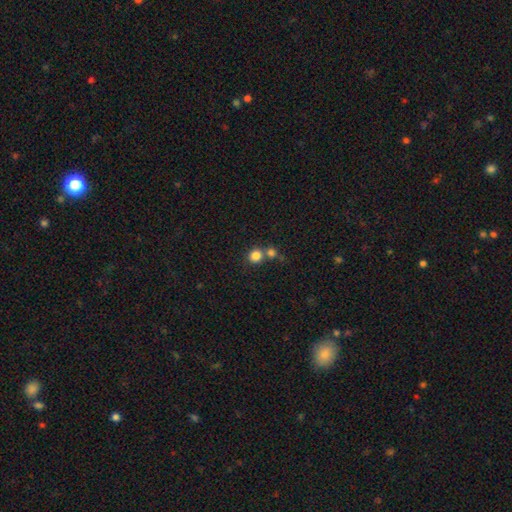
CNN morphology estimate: Q: Smooth or featured?
A: smooth (83%); runner-up: star or artifact (11%)
Q: How rounded?
A: round (87%); runner-up: in between (12%)
Q: Merging?
A: none (56%); runner-up: merger (34%)